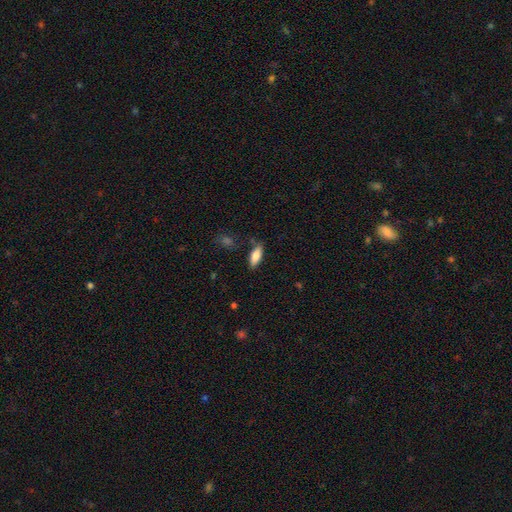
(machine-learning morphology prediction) smooth 80%, featured or disk 14%, star or artifact 7%. Down the decision tree: how rounded — in between (69%); merging — none (79%).